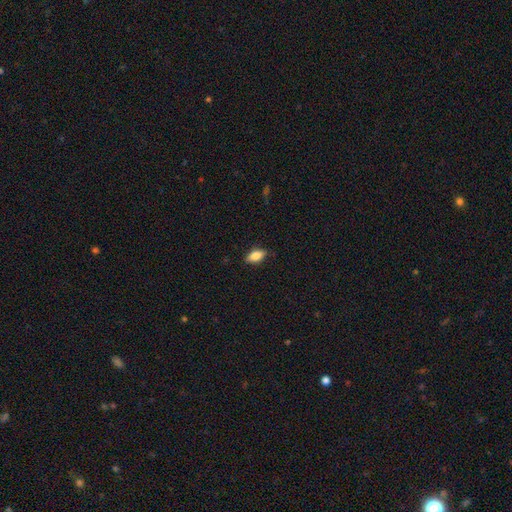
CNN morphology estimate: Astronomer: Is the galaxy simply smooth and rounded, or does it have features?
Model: smooth — 81%.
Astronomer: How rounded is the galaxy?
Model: in between — 87%.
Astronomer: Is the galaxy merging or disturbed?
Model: none — 82%.